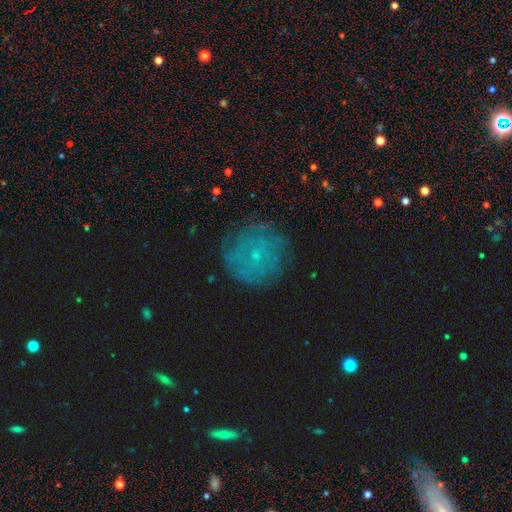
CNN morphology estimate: Smooth or featured: smooth — 43% (featured or disk — 38%)
Merging: none — 80% (minor disturbance — 14%)